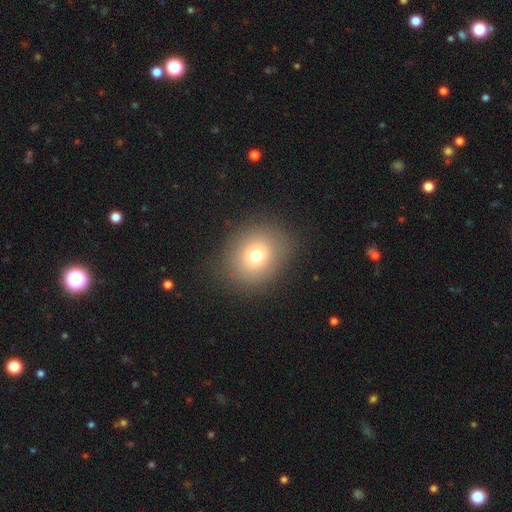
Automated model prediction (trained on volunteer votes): Smooth or featured: smooth — 73% (star or artifact — 15%)
How rounded: round — 73% (in between — 26%)
Merging: none — 86% (minor disturbance — 8%)